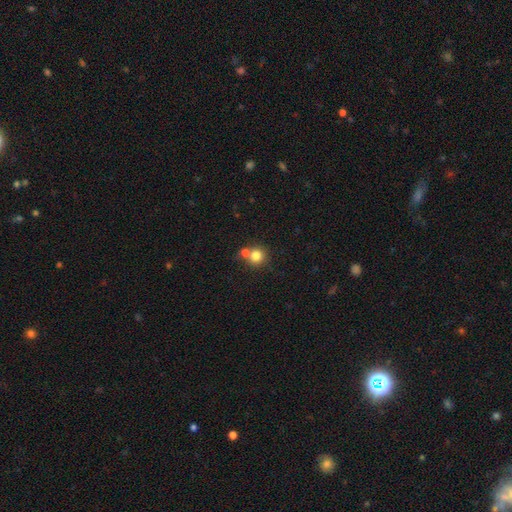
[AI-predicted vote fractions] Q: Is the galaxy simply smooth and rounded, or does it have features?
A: smooth — 80%.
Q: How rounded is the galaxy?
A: round — 91%.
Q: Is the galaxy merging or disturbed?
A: none — 55%.